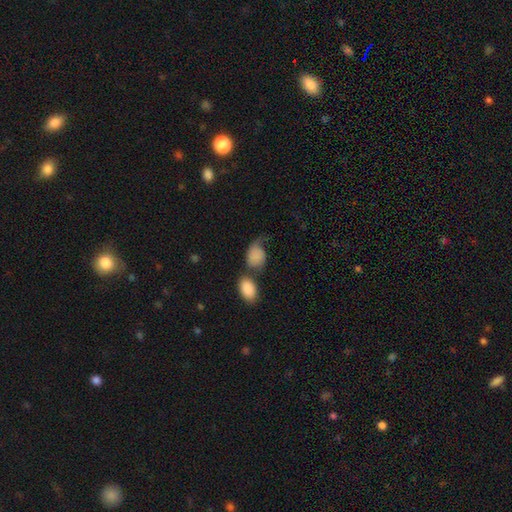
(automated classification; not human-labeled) Smooth or featured? Predicted: smooth (p=0.80). How rounded? Predicted: in between (p=0.70). Merging? Predicted: merger (p=0.28).